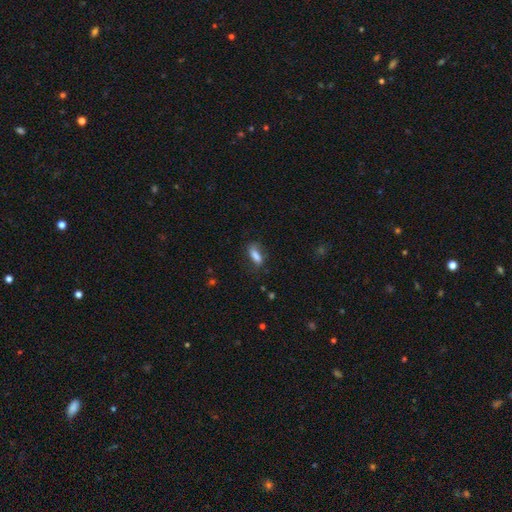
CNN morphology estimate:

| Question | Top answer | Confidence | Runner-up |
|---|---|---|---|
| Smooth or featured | smooth | 79% | featured or disk (12%) |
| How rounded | in between | 62% | cigar-shaped (35%) |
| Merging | none | 66% | minor disturbance (23%) |